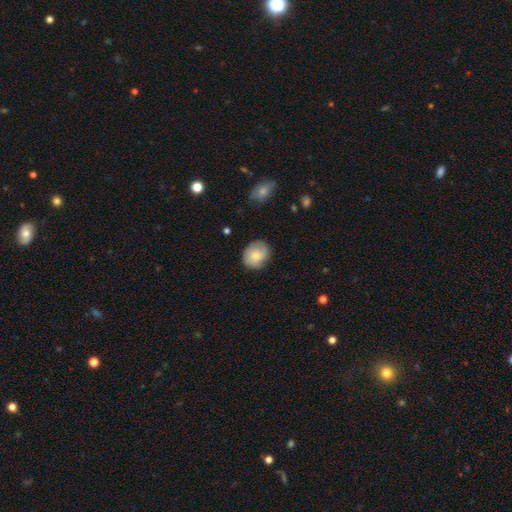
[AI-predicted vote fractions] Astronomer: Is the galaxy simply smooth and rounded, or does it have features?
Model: smooth — 78%.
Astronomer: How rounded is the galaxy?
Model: round — 66%.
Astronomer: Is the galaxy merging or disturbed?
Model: none — 78%.